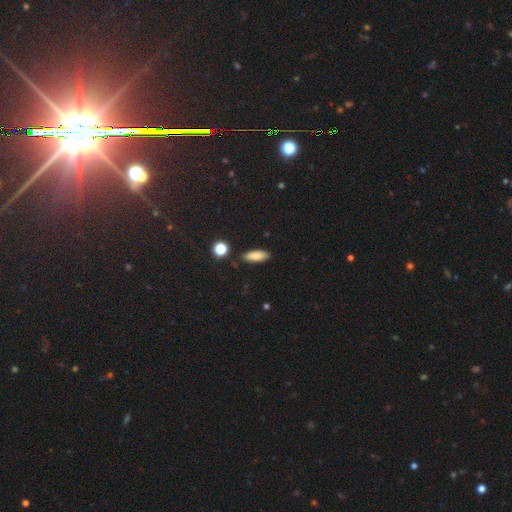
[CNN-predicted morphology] The model was most divided on "how rounded": in between: 67%, cigar-shaped: 30%, round: 3%. More confident: merging — none (85%); smooth or featured — smooth (80%).